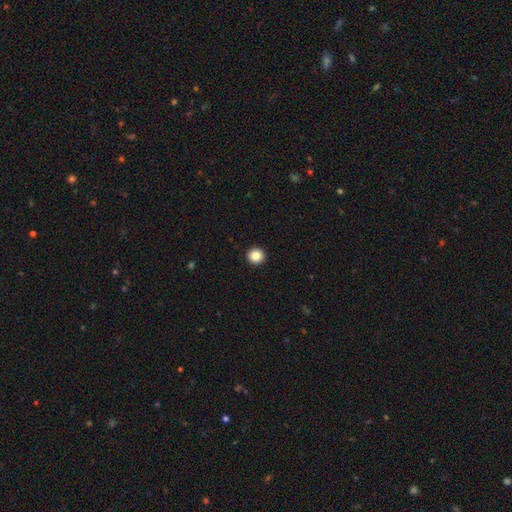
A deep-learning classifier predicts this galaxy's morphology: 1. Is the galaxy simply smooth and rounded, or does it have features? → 86% smooth, 10% star or artifact, 4% featured or disk.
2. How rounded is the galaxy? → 96% round, 3% in between, 1% cigar-shaped.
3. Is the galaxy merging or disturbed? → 94% none, 3% minor disturbance, 1% major disturbance, 1% merger.